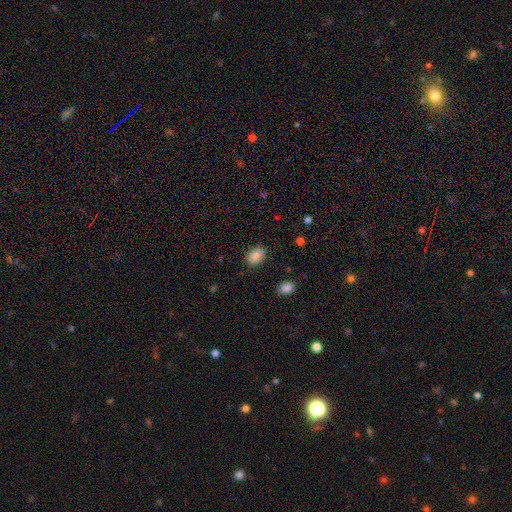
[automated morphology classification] Q: Smooth or featured?
A: smooth (86%); runner-up: star or artifact (8%)
Q: How rounded?
A: in between (77%); runner-up: round (22%)
Q: Merging?
A: none (86%); runner-up: minor disturbance (10%)